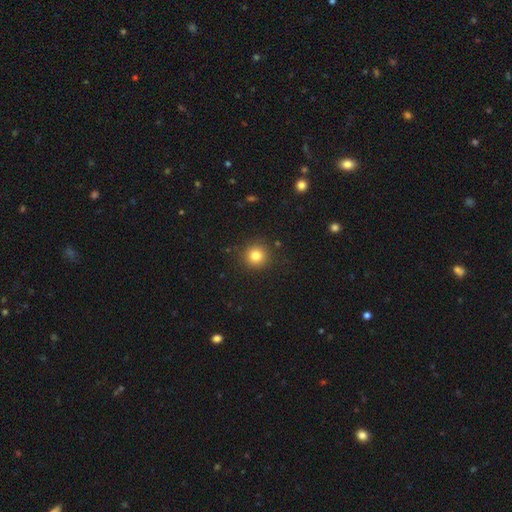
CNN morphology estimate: A smooth galaxy with no disk features (81%) that is round (94%). Merging: none (90%).